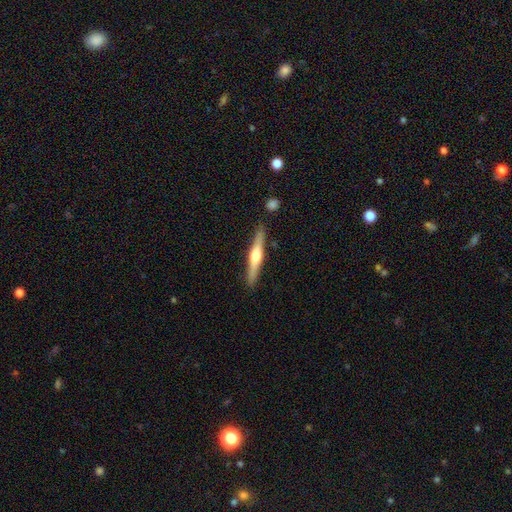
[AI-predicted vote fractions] Q: Smooth or featured?
A: featured or disk (64%); runner-up: smooth (30%)
Q: Edge-on disk?
A: yes (97%); runner-up: no (3%)
Q: Edge-on bulge?
A: rounded (90%); runner-up: boxy (6%)
Q: Merging?
A: none (87%); runner-up: minor disturbance (9%)